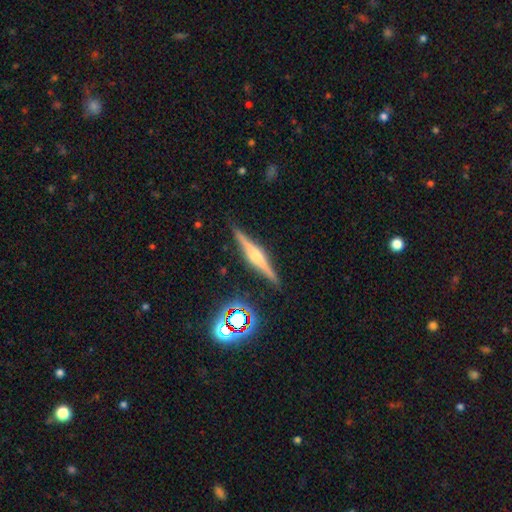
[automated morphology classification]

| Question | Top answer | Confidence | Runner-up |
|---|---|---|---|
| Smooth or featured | featured or disk | 76% | smooth (15%) |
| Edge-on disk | yes | 98% | no (2%) |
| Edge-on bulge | rounded | 81% | boxy (14%) |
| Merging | none | 90% | minor disturbance (7%) |